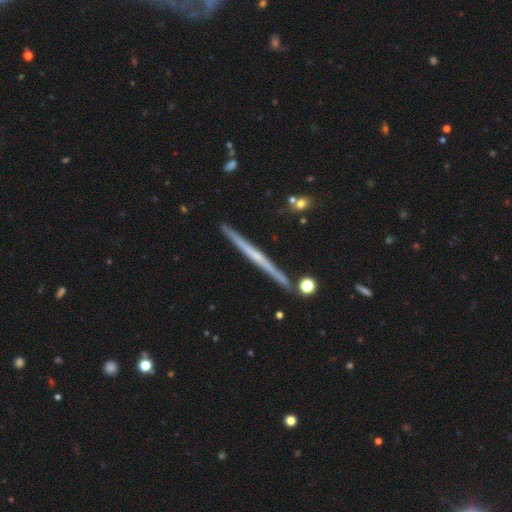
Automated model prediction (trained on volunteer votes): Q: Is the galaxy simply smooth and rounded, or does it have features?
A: featured or disk — 72%.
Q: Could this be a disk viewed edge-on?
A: yes — 98%.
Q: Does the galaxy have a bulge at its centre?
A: none — 64%.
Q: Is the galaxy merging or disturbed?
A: none — 90%.